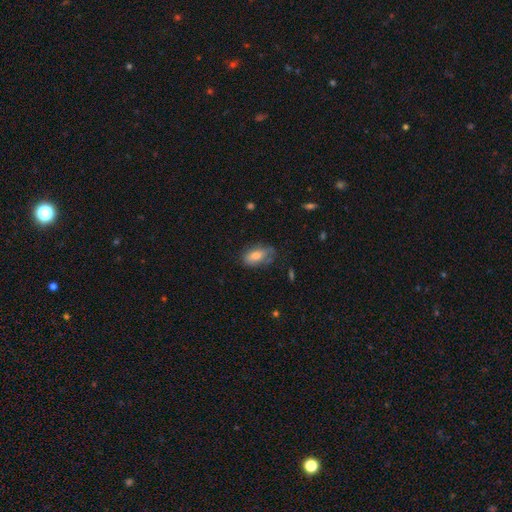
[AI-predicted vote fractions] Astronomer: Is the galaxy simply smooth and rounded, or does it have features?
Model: smooth — 73%.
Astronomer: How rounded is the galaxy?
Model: in between — 89%.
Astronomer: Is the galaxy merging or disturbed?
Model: none — 62%.